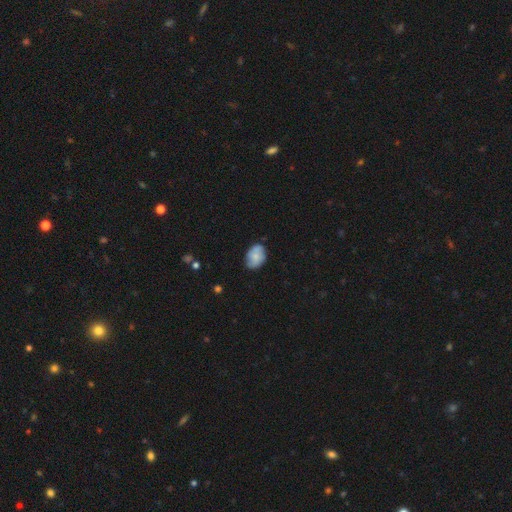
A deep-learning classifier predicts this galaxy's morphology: This appears to be a smooth galaxy with no disk features (63%) that is in between round and cigar-shaped (77%). Merging: none (71%).